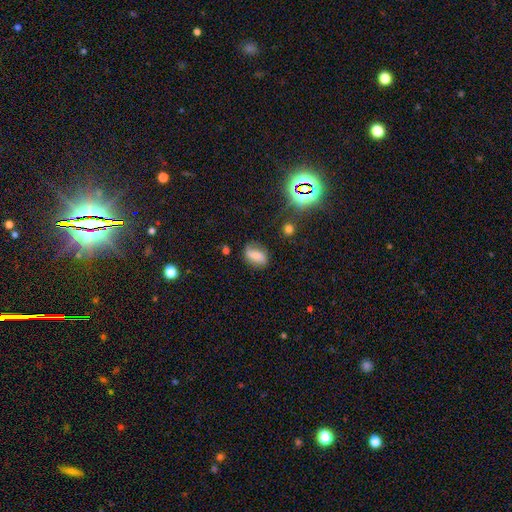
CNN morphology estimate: A smooth galaxy with no disk features (54%) that is in between round and cigar-shaped (81%).

Vote fractions:
- Smooth or featured? smooth: 54% / featured or disk: 33% / star or artifact: 13%
- How rounded? in between: 81% / round: 15% / cigar-shaped: 4%
- Merging? none: 70% / minor disturbance: 21% / major disturbance: 7% / merger: 2%